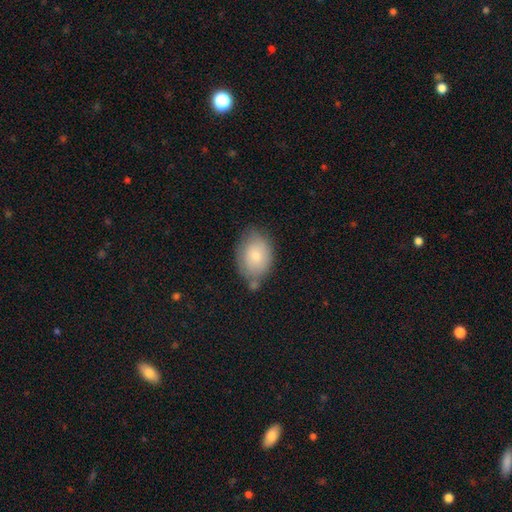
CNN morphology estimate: Smooth or featured: smooth — 78% (featured or disk — 16%)
How rounded: in between — 77% (round — 22%)
Merging: none — 62% (minor disturbance — 24%)